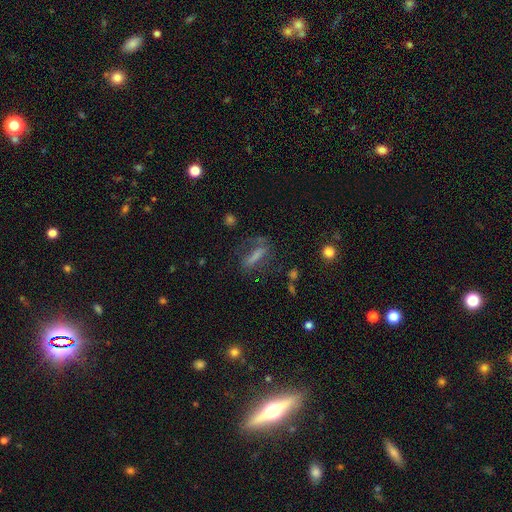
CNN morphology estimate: Smooth or featured? smooth (53%)
How rounded? cigar-shaped (63%)
Merging? none (57%)